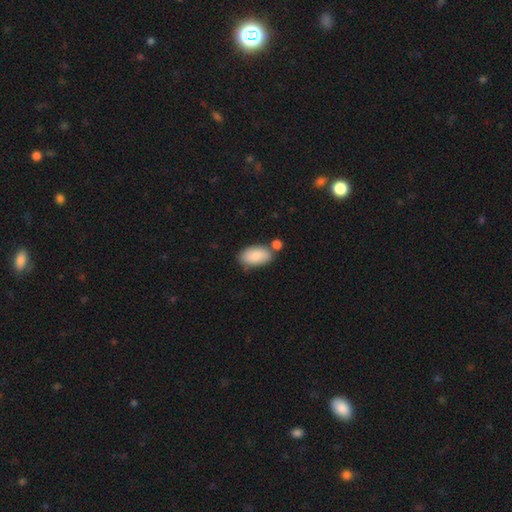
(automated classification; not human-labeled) Smooth or featured?
  - smooth: 86% *
  - featured or disk: 8%
  - star or artifact: 6%
How rounded?
  - in between: 95% *
  - round: 3%
  - cigar-shaped: 2%
Merging?
  - none: 60% *
  - merger: 18%
  - minor disturbance: 17%
  - major disturbance: 4%